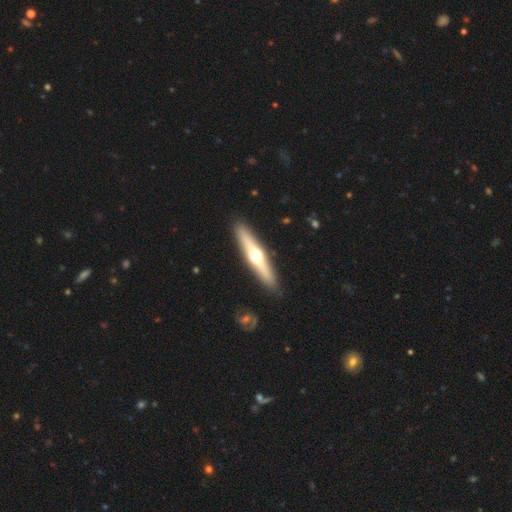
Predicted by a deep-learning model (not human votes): Q: Smooth or featured?
A: featured or disk (58%); runner-up: smooth (37%)
Q: Edge-on disk?
A: yes (93%); runner-up: no (7%)
Q: Edge-on bulge?
A: rounded (94%); runner-up: none (4%)
Q: Merging?
A: none (90%); runner-up: minor disturbance (7%)